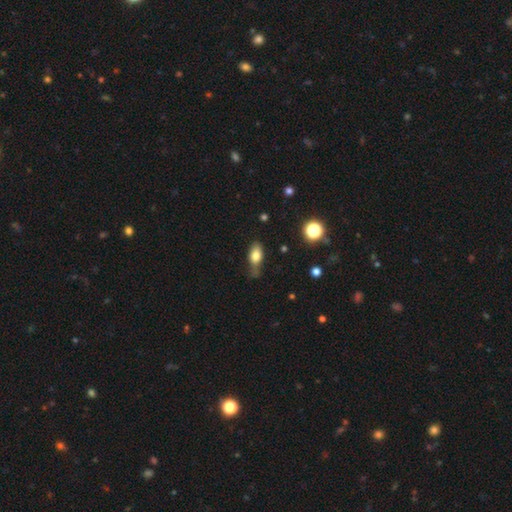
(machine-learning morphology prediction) smooth-or-featured: smooth: 76% | featured or disk: 15% | star or artifact: 9%
  how-rounded: in between: 81% | cigar-shaped: 11% | round: 7%
  merging: none: 47% | minor disturbance: 36% | major disturbance: 13% | merger: 4%